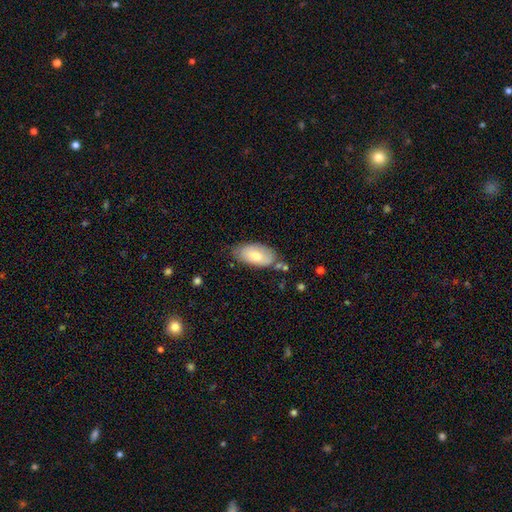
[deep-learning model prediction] smooth-or-featured: smooth: 73% | featured or disk: 21% | star or artifact: 6%
  how-rounded: in between: 94% | cigar-shaped: 3% | round: 3%
  merging: none: 67% | minor disturbance: 24% | major disturbance: 5% | merger: 4%